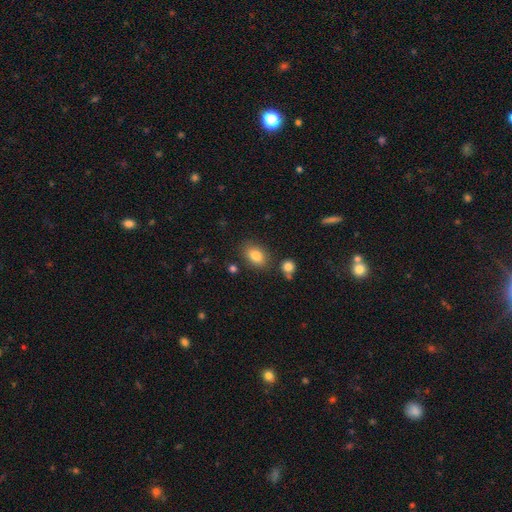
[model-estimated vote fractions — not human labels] This appears to be a smooth galaxy with no disk features (83%) that is in between round and cigar-shaped (87%). Merging: none (79%).